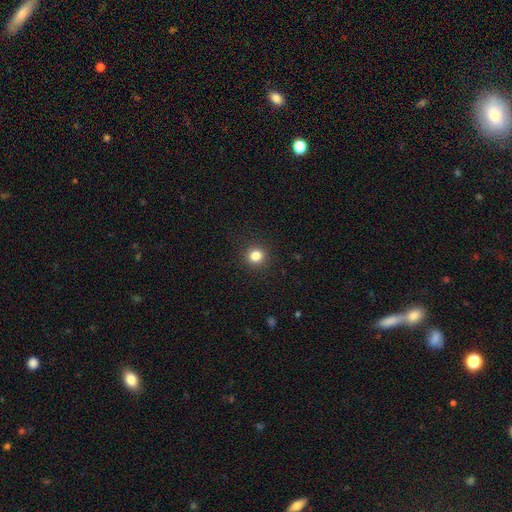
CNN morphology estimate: The model was most divided on "smooth or featured": smooth: 83%, star or artifact: 12%, featured or disk: 5%. More confident: how rounded — round (92%); merging — none (92%).